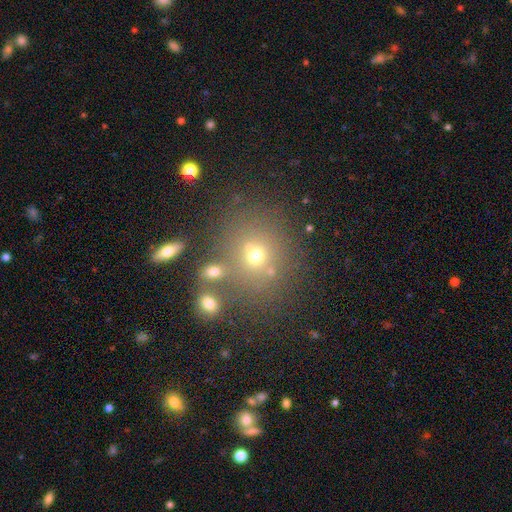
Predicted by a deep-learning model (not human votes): The model was most divided on "smooth or featured": smooth: 64%, star or artifact: 21%, featured or disk: 15%. More confident: how rounded — round (77%); merging — none (66%).